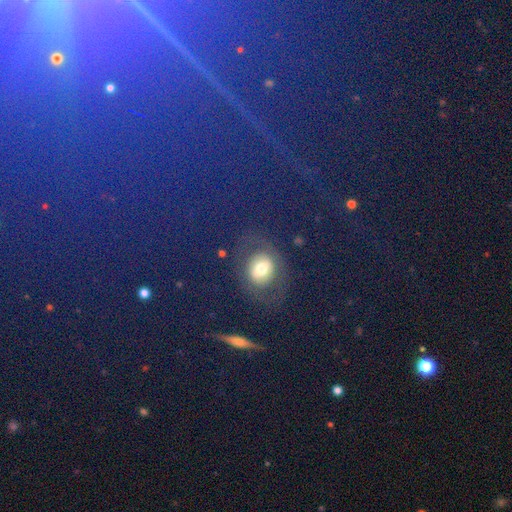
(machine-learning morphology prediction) smooth-or-featured: smooth: 50% | star or artifact: 40% | featured or disk: 10%
  merging: none: 88% | minor disturbance: 7% | major disturbance: 3% | merger: 2%